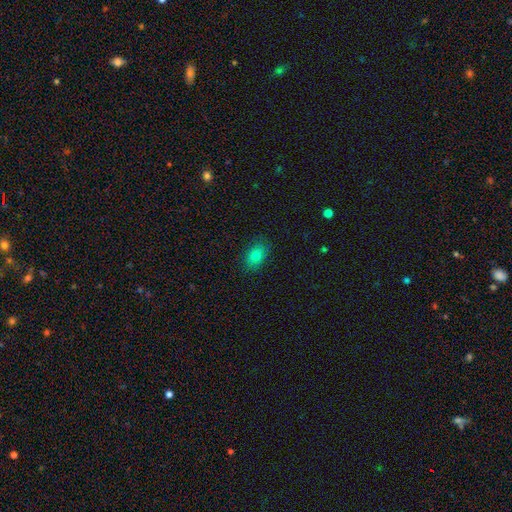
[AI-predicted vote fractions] Smooth or featured: smooth — 81% (star or artifact — 10%)
How rounded: in between — 83% (round — 15%)
Merging: none — 83% (minor disturbance — 13%)